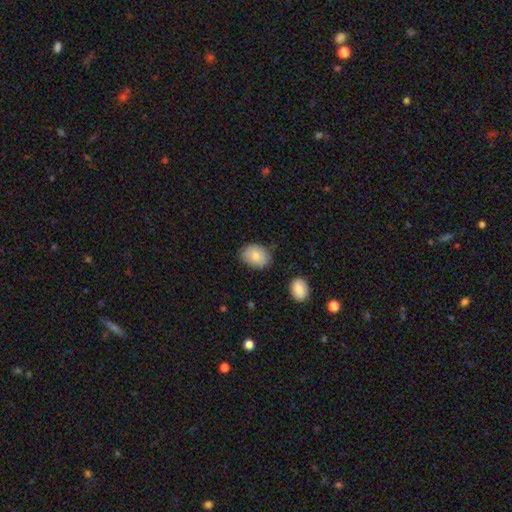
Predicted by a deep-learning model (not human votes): Q: Smooth or featured?
A: smooth (79%); runner-up: featured or disk (14%)
Q: How rounded?
A: in between (68%); runner-up: round (31%)
Q: Merging?
A: none (74%); runner-up: minor disturbance (20%)